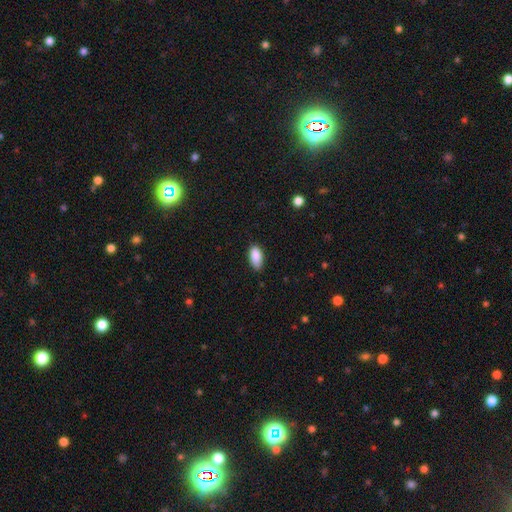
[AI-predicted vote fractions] Q: Smooth or featured?
A: smooth (89%); runner-up: star or artifact (7%)
Q: How rounded?
A: in between (91%); runner-up: cigar-shaped (6%)
Q: Merging?
A: none (75%); runner-up: minor disturbance (21%)